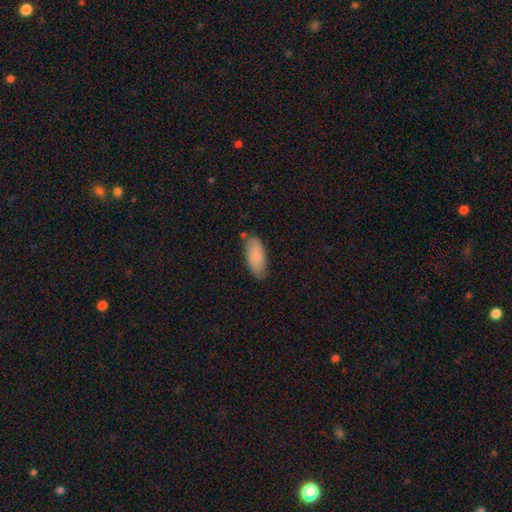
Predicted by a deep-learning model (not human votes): Smooth or featured?
  - smooth: 85% *
  - featured or disk: 10%
  - star or artifact: 6%
How rounded?
  - in between: 86% *
  - cigar-shaped: 12%
  - round: 2%
Merging?
  - none: 79% *
  - minor disturbance: 16%
  - merger: 3%
  - major disturbance: 3%